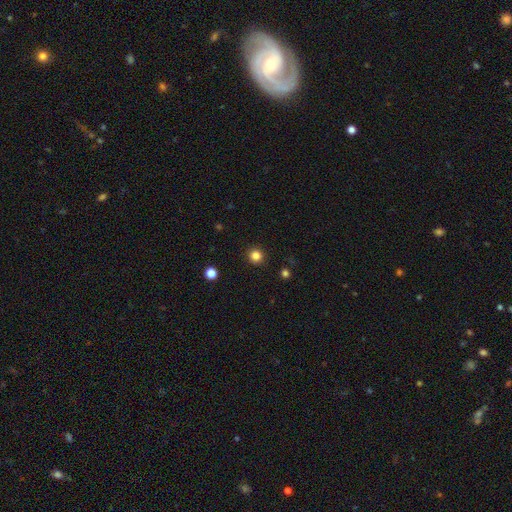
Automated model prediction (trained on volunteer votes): A smooth galaxy with no disk features (84%) that is round (94%).

Vote fractions:
- Smooth or featured? smooth: 84% / star or artifact: 13% / featured or disk: 4%
- How rounded? round: 94% / in between: 5% / cigar-shaped: 1%
- Merging? none: 92% / minor disturbance: 5% / major disturbance: 2% / merger: 1%